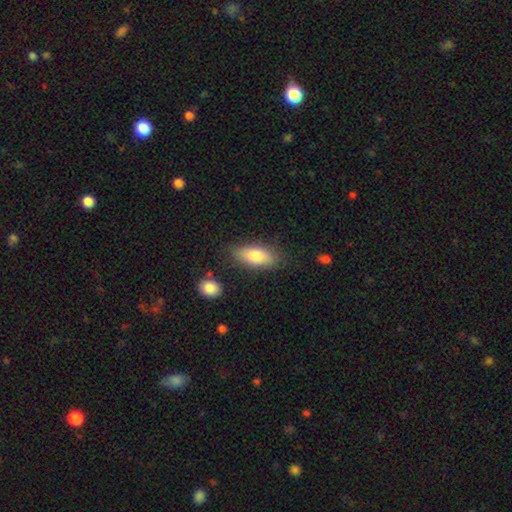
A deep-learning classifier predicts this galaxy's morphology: smooth 82%, featured or disk 12%, star or artifact 6%. Down the decision tree: how rounded — in between (81%); merging — none (80%).